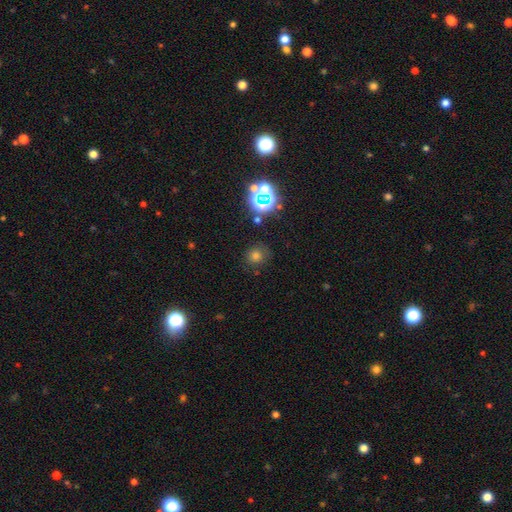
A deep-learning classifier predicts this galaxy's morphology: The model was most divided on "smooth or featured": smooth: 65%, star or artifact: 27%, featured or disk: 8%. More confident: how rounded — round (87%); merging — none (83%).